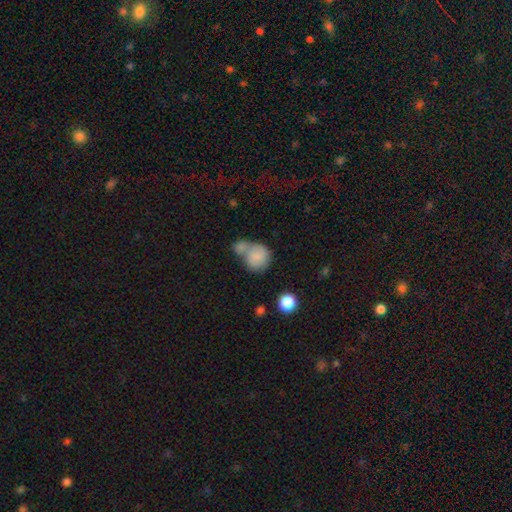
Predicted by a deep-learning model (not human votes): A smooth galaxy with no disk features (77%) that is round (71%). Merging: merger (61%).